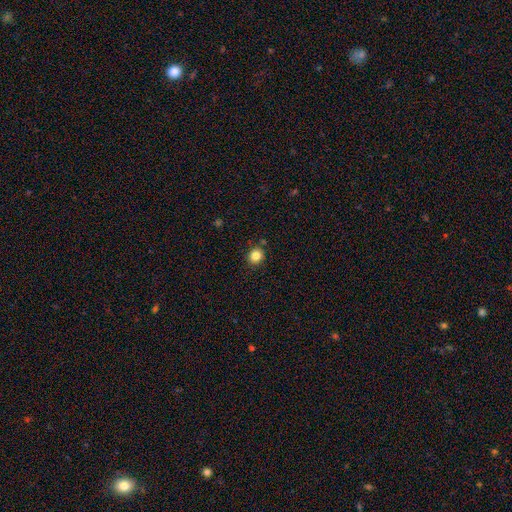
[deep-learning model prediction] Smooth or featured? Predicted: smooth (p=0.83). How rounded? Predicted: round (p=0.84). Merging? Predicted: none (p=0.87).